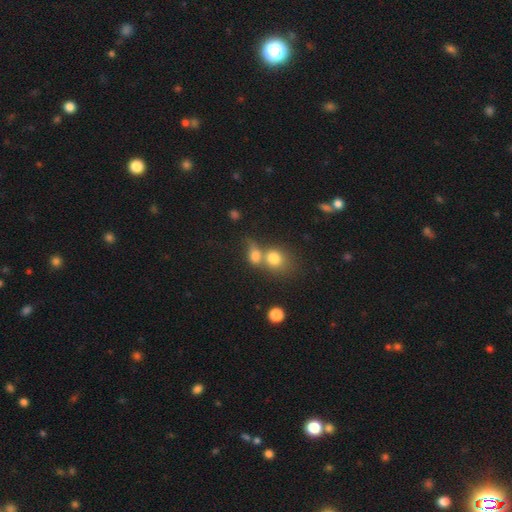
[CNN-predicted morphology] This appears to be a smooth galaxy with no disk features (60%) that is round (74%). Merging: none (52%).